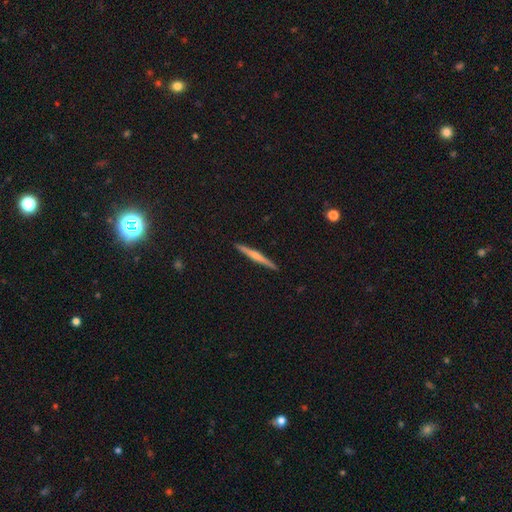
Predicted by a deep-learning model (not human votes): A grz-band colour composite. It shows a featured or disk galaxy (60%) viewed edge-on (98%) with a rounded central bulge (66%). Merging: none (93%).